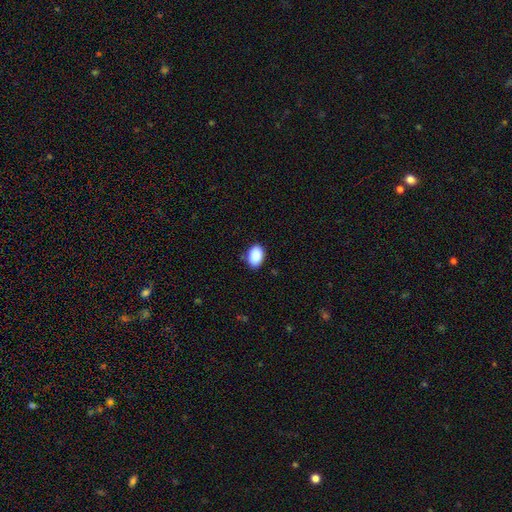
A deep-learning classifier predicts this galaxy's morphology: A smooth galaxy with no disk features (90%) that is in between round and cigar-shaped (88%). Merging: none (84%).